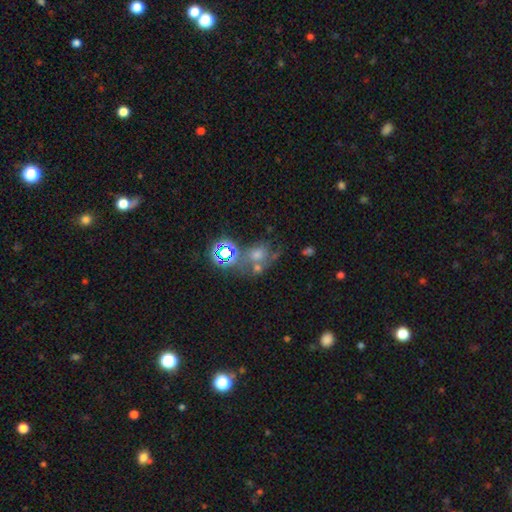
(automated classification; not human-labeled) Overall: star or artifact (40%; smooth 37%).